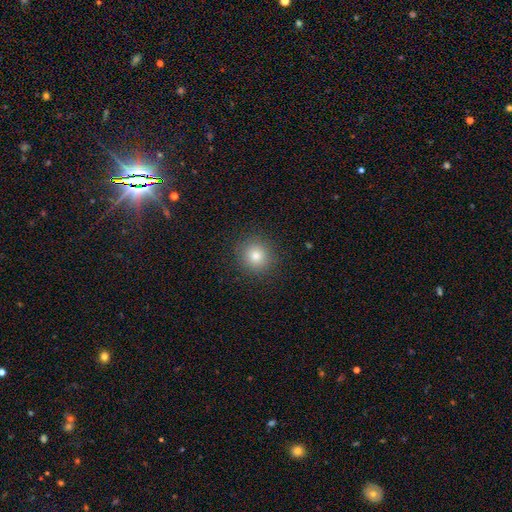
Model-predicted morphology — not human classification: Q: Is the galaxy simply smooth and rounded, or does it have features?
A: smooth — 81%.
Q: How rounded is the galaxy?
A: round — 91%.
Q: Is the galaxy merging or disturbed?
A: none — 91%.